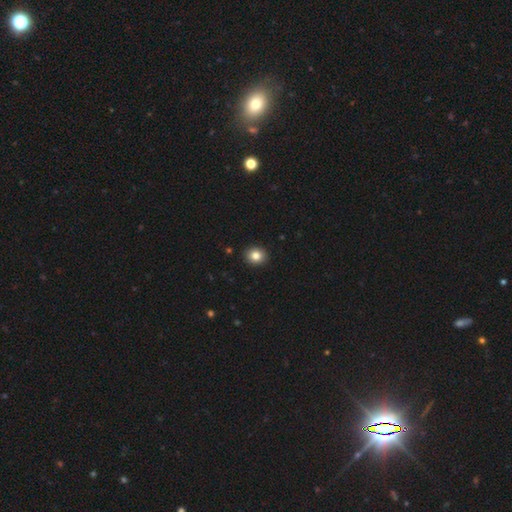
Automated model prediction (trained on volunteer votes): Smooth or featured? Predicted: smooth (p=0.83). How rounded? Predicted: round (p=0.71). Merging? Predicted: none (p=0.92).